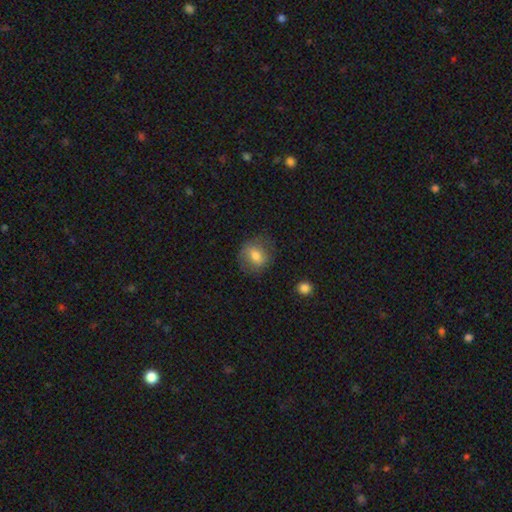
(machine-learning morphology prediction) smooth-or-featured: smooth: 71% | featured or disk: 20% | star or artifact: 8%
  how-rounded: round: 57% | in between: 42% | cigar-shaped: 2%
  merging: none: 75% | minor disturbance: 17% | major disturbance: 7% | merger: 1%